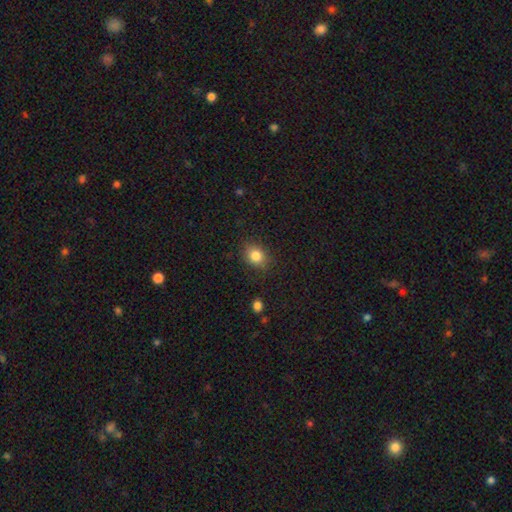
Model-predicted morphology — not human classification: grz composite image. It shows a smooth galaxy with no disk features (83%) that is round (52%). Merging: none (83%).